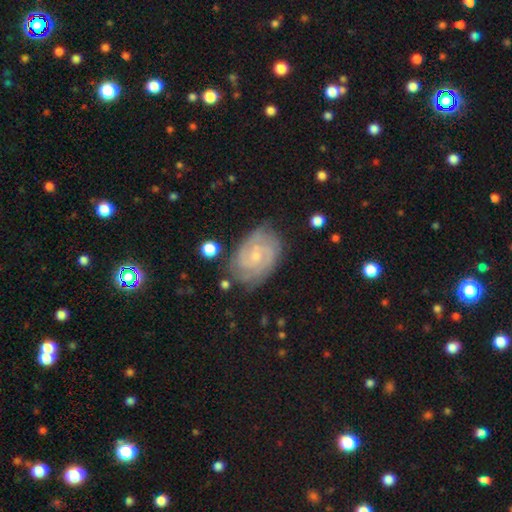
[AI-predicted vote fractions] featured or disk 83%, smooth 11%, star or artifact 6%. Down the decision tree: edge-on disk — no (97%); bar — no (62%); spiral arms — yes (96%); spiral arm count — 2 (46%); spiral winding — tight (67%); bulge size — small (73%); merging — none (75%).